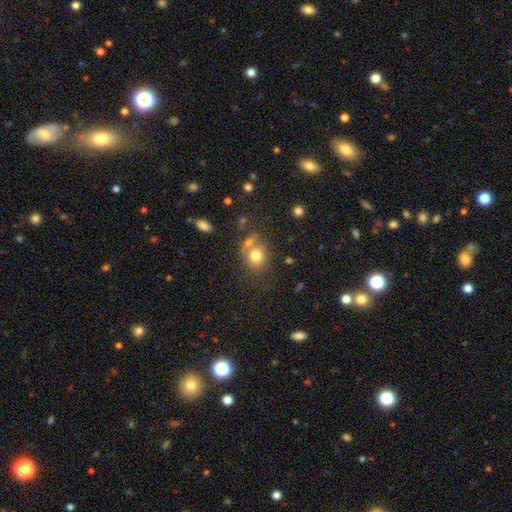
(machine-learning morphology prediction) This appears to be a smooth galaxy with no disk features (77%) that is round (69%). Merging: none (50%).